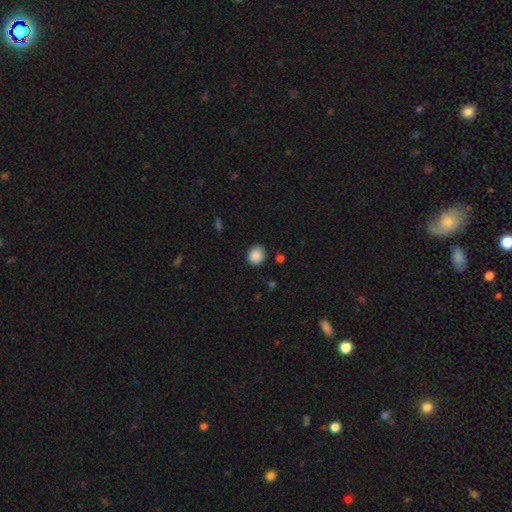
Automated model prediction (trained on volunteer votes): smooth 89%, star or artifact 9%, featured or disk 3%. Down the decision tree: how rounded — round (79%); merging — none (86%).